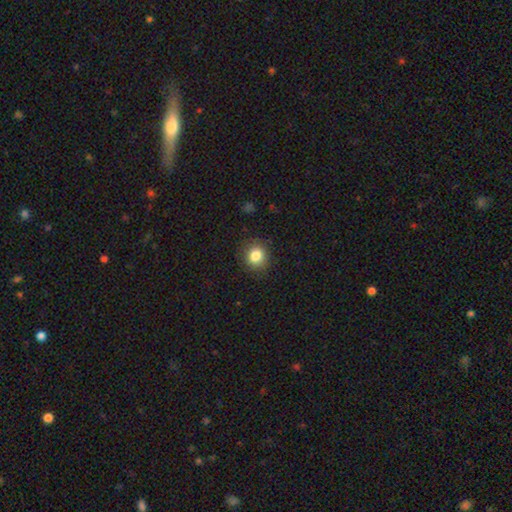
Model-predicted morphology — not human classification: smooth_or_featured: smooth (p=0.84) [alt: star or artifact p=0.11]
how_rounded: round (p=0.81) [alt: in between p=0.18]
merging: none (p=0.87) [alt: minor disturbance p=0.09]